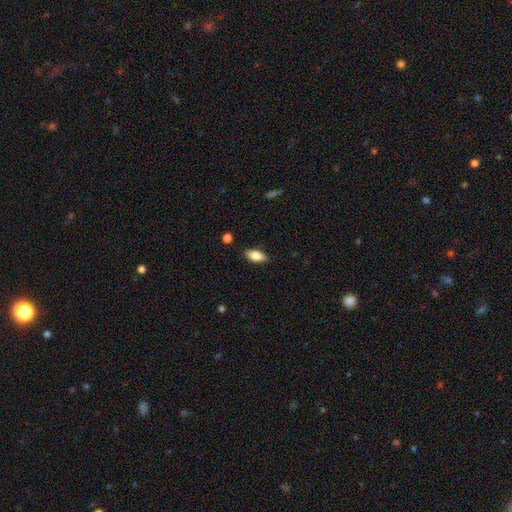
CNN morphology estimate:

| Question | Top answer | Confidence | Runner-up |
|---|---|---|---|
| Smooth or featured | smooth | 79% | featured or disk (14%) |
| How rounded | in between | 86% | cigar-shaped (11%) |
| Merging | none | 86% | minor disturbance (11%) |